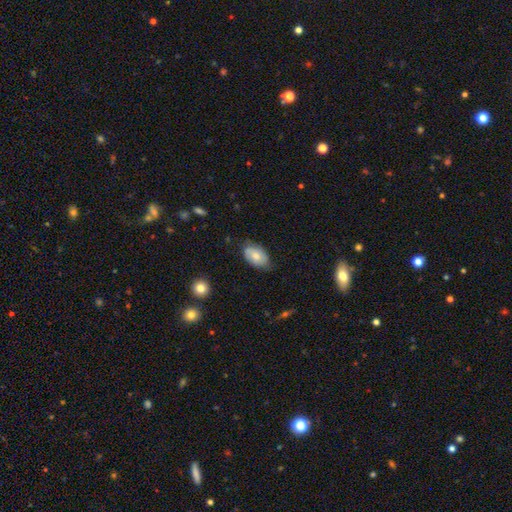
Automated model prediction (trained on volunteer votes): Overall: smooth (69%). How rounded: in between (91%). Merging: none (68%).